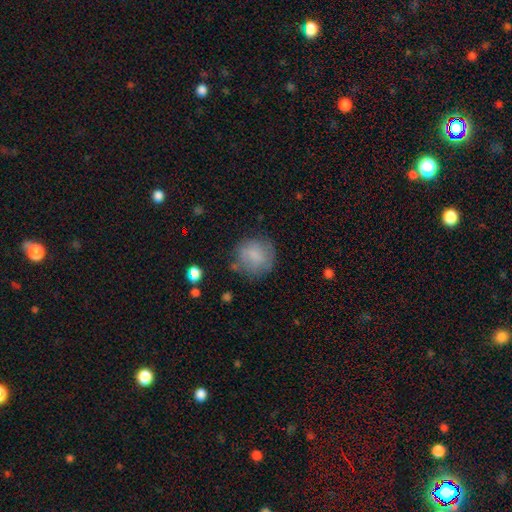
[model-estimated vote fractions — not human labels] smooth-or-featured: smooth: 75% | featured or disk: 17% | star or artifact: 8%
  how-rounded: round: 88% | in between: 11% | cigar-shaped: 1%
  merging: none: 67% | minor disturbance: 21% | major disturbance: 9% | merger: 3%